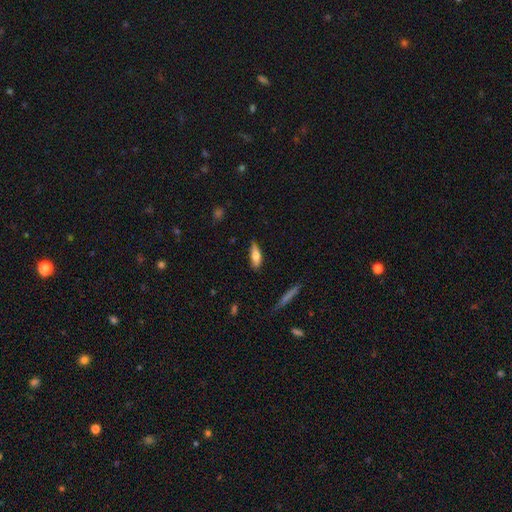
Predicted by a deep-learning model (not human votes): Overall: smooth (73%). How rounded: in between (61%; cigar-shaped 36%). Merging: none (76%).